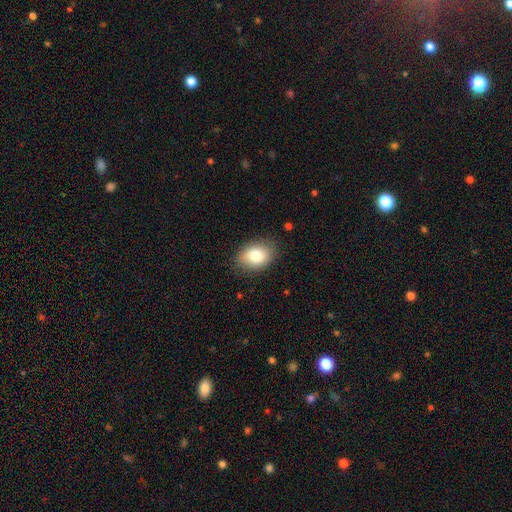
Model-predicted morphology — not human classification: This appears to be a smooth galaxy with no disk features (81%) that is in between round and cigar-shaped (79%). Merging: none (83%).